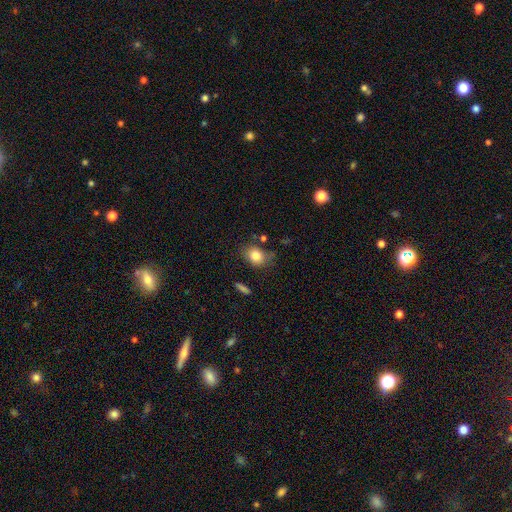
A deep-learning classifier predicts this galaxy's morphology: smooth_or_featured: smooth (p=0.81) [alt: star or artifact p=0.09]
how_rounded: in between (p=0.60) [alt: round p=0.39]
merging: none (p=0.71) [alt: minor disturbance p=0.19]